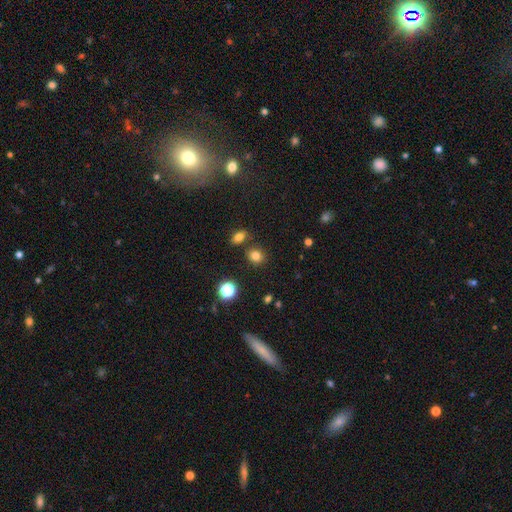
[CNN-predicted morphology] This is likely a smooth galaxy (78%). How rounded: likely round (77%). Merging: likely none (79%).